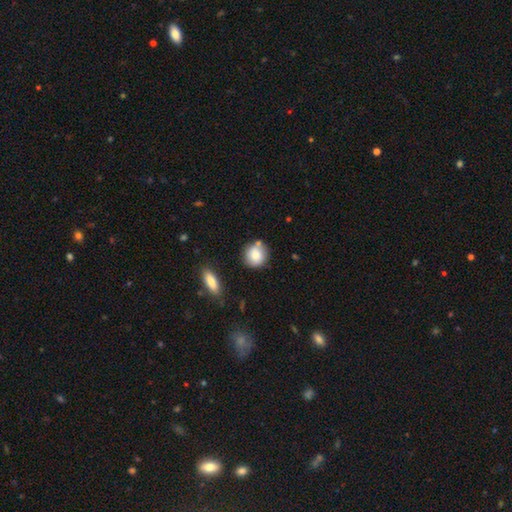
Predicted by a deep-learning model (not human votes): Overall: smooth (81%). How rounded: round (87%). Merging: none (71%).